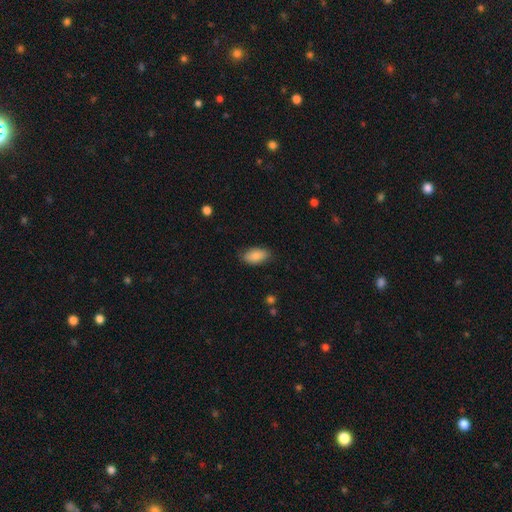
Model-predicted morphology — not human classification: Smooth or featured: smooth — 86% (featured or disk — 7%)
How rounded: in between — 92% (cigar-shaped — 4%)
Merging: none — 80% (minor disturbance — 16%)